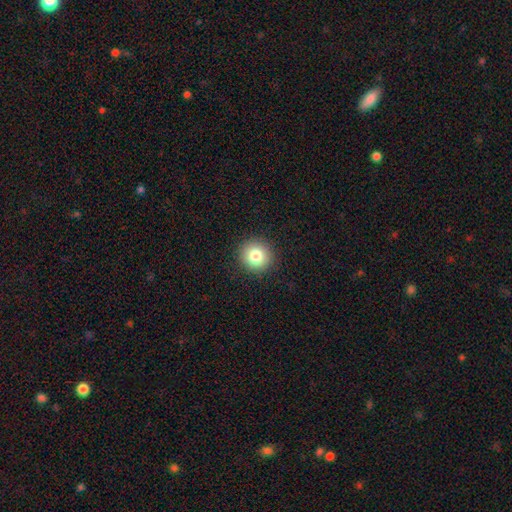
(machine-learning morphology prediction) smooth_or_featured: smooth (p=0.82) [alt: star or artifact p=0.11]
how_rounded: round (p=0.93) [alt: in between p=0.06]
merging: none (p=0.92) [alt: minor disturbance p=0.05]